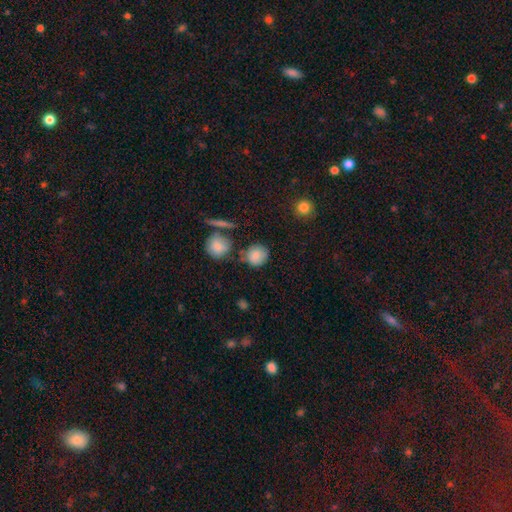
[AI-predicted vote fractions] A smooth galaxy with no disk features (83%) that is round (86%). Merging: none (68%).